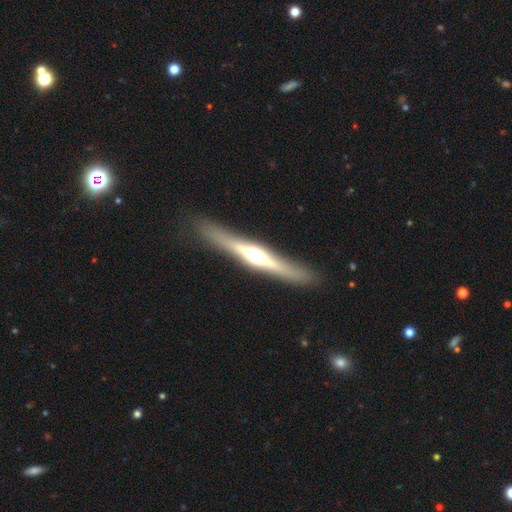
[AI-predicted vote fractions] Smooth or featured? Predicted: featured or disk (p=0.73). Edge-on disk? Predicted: yes (p=0.96). Edge-on bulge? Predicted: rounded (p=0.93). Merging? Predicted: none (p=0.89).